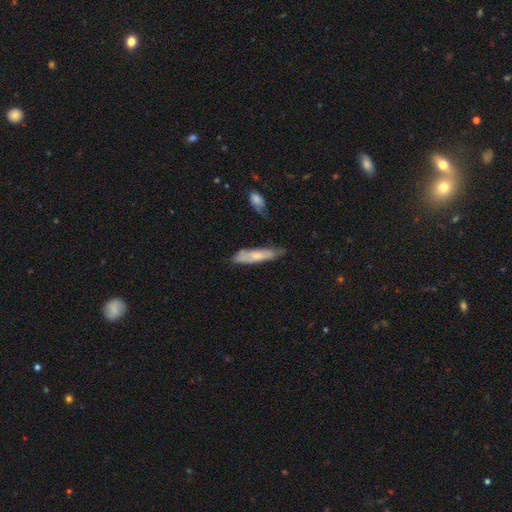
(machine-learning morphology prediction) The model was most divided on "smooth or featured": smooth: 61%, featured or disk: 32%, star or artifact: 6%. More confident: how rounded — cigar-shaped (77%); merging — none (66%).